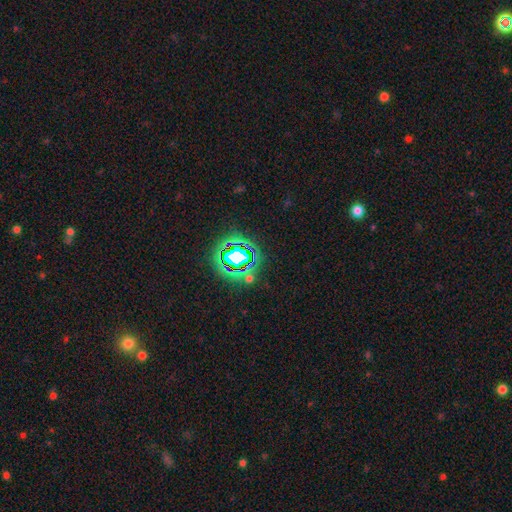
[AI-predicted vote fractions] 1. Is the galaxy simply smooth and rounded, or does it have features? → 77% star or artifact, 16% smooth, 7% featured or disk.